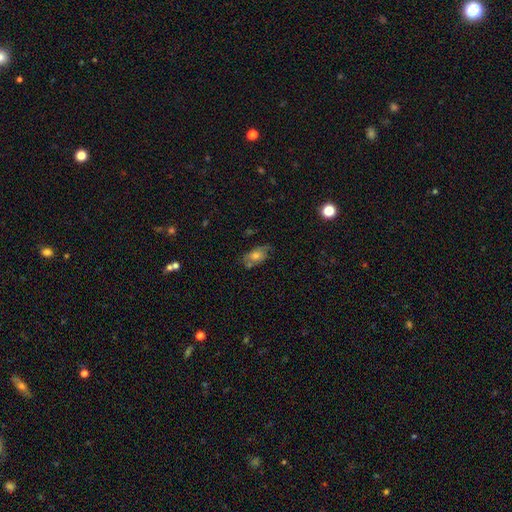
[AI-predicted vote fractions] This appears to be a smooth galaxy with no disk features (53%) that is in between round and cigar-shaped (85%). Merging: none (62%).